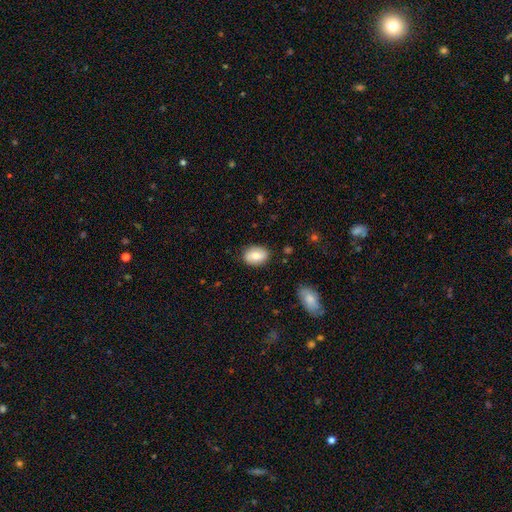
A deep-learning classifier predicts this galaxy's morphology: This appears to be a smooth galaxy with no disk features (74%) that is in between round and cigar-shaped (80%). Merging: none (85%).